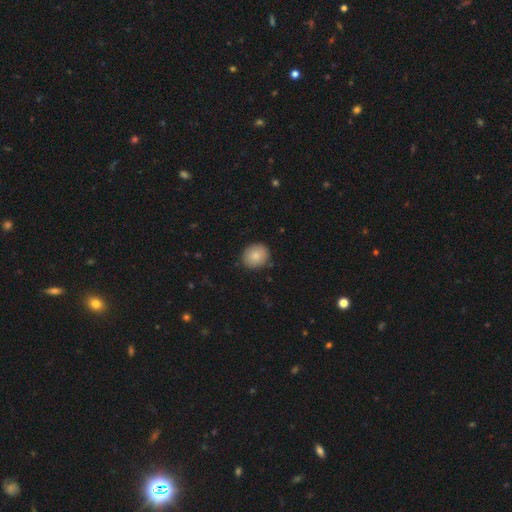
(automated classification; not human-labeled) Smooth or featured: smooth — 84% (star or artifact — 8%)
How rounded: round — 70% (in between — 29%)
Merging: none — 85% (minor disturbance — 11%)